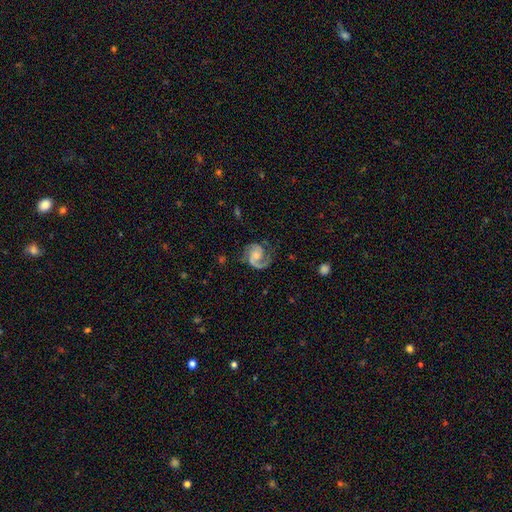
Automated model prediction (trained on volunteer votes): Smooth or featured? featured or disk (88%)
Edge-on disk? no (98%)
Bar? no (63%)
Spiral arms? yes (98%)
Spiral winding? medium (51%)
Spiral arm count? 2 (71%)
Bulge size? small (43%)
Merging? none (69%)